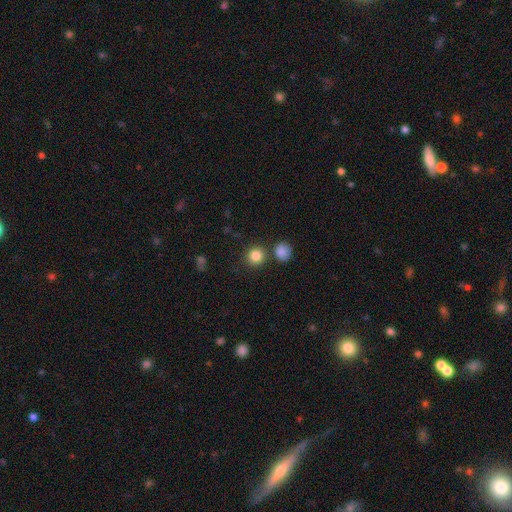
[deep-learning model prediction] Overall: smooth (84%). How rounded: round (90%). Merging: none (79%).